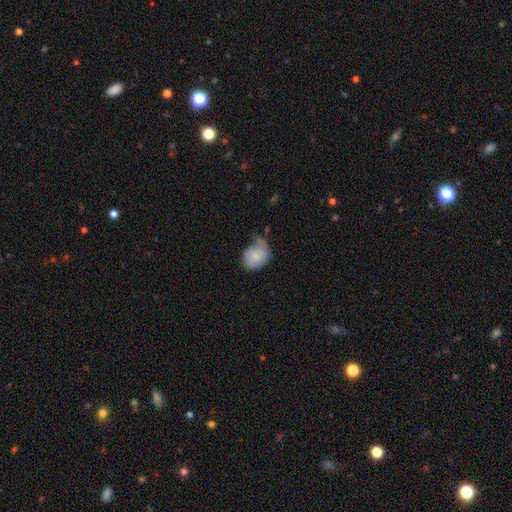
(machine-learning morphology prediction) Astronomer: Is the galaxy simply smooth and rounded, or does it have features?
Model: smooth — 78%.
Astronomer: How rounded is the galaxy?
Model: in between — 62%.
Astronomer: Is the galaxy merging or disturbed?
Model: minor disturbance — 41% (runner-up: none, 34%).